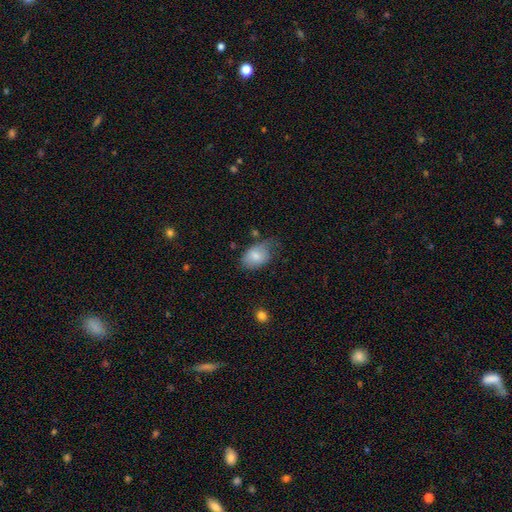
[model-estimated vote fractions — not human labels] Q: Smooth or featured?
A: smooth (79%); runner-up: featured or disk (14%)
Q: How rounded?
A: in between (85%); runner-up: round (14%)
Q: Merging?
A: none (48%); runner-up: minor disturbance (36%)